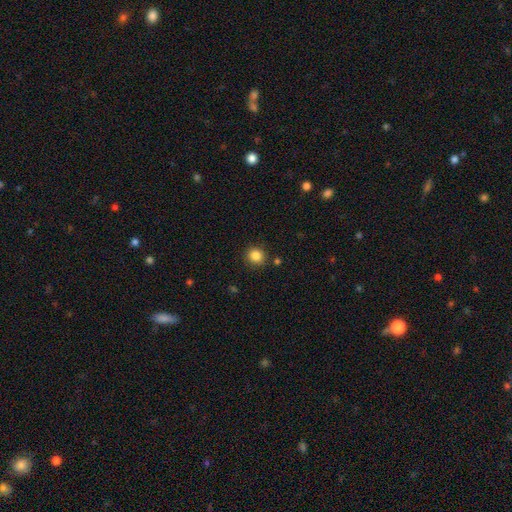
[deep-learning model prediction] Smooth or featured?
  - smooth: 85% *
  - star or artifact: 11%
  - featured or disk: 4%
How rounded?
  - round: 91% *
  - in between: 8%
  - cigar-shaped: 1%
Merging?
  - none: 89% *
  - minor disturbance: 7%
  - merger: 2%
  - major disturbance: 2%